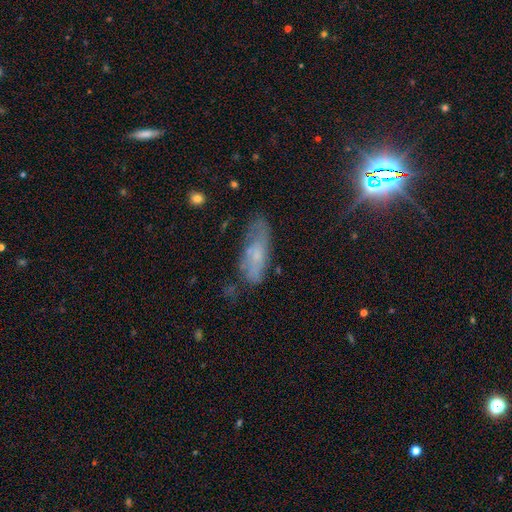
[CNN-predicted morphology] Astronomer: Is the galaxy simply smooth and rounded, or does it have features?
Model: smooth — 48% (runner-up: featured or disk, 39%).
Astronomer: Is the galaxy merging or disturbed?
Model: none — 52% (runner-up: minor disturbance, 30%).